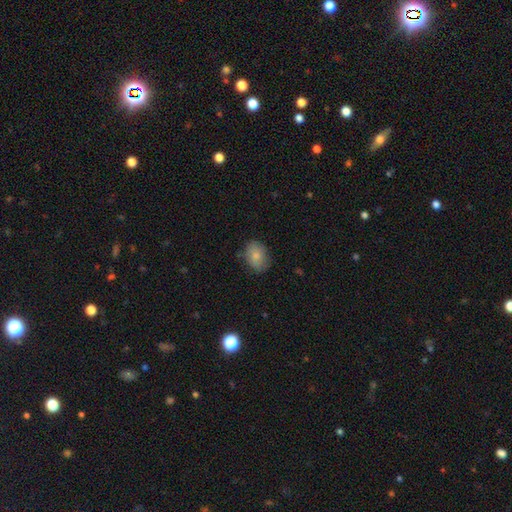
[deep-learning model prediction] Smooth or featured? smooth (81%)
How rounded? in between (75%)
Merging? none (75%)